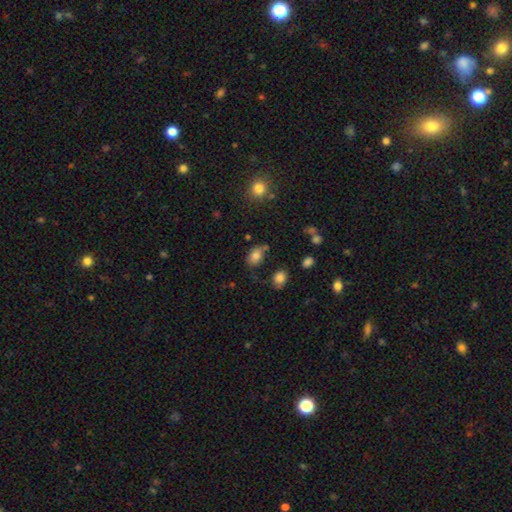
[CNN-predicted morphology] This is clearly a smooth galaxy (80%). How rounded: clearly in between (80%). Merging: likely none (70%).